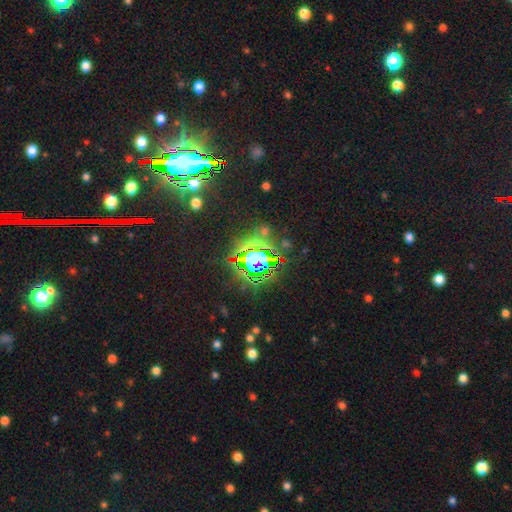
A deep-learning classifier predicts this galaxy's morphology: star or artifact 85%, smooth 8%, featured or disk 7%.